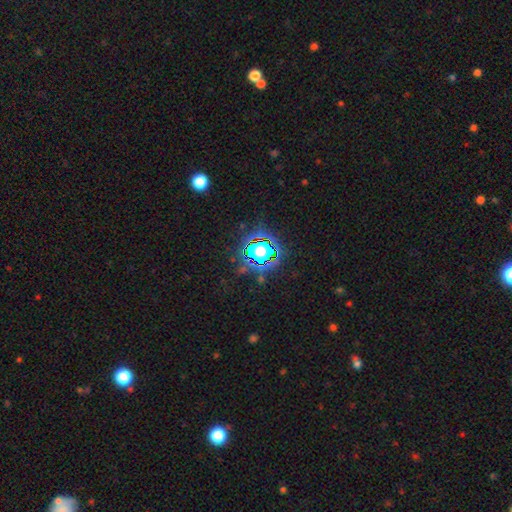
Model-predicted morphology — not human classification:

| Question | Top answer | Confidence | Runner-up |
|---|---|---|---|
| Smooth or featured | star or artifact | 77% | smooth (14%) |